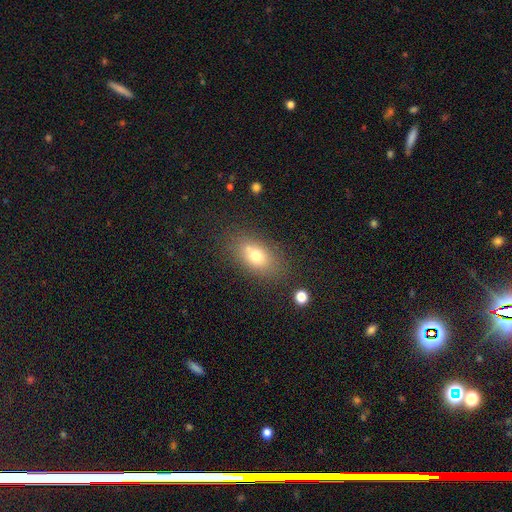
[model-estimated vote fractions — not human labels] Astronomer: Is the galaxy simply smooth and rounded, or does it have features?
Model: smooth — 72%.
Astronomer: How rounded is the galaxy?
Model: in between — 82%.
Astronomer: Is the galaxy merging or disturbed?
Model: none — 73%.